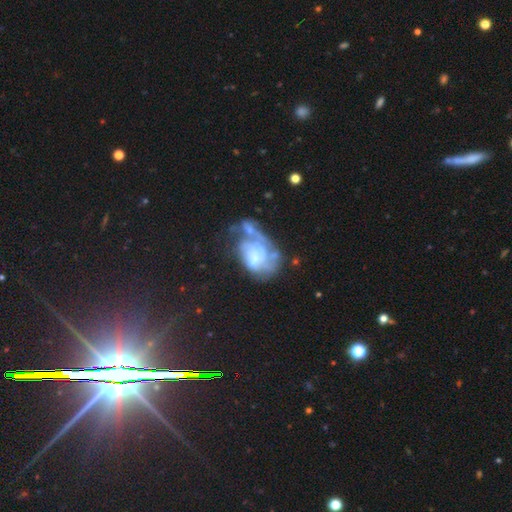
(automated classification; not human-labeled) This appears to be a featured or disk galaxy (66%) with no bar (73%), spiral arms (59%) and no central bulge (31%). Merging: major disturbance (37%).